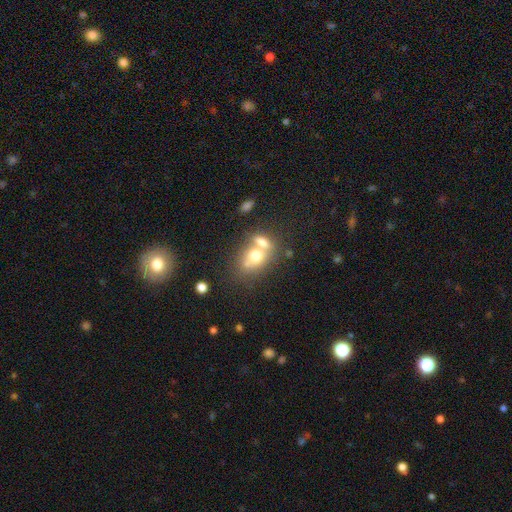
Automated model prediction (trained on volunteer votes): smooth-or-featured: smooth: 68% | featured or disk: 22% | star or artifact: 10%
  how-rounded: in between: 61% | round: 37% | cigar-shaped: 2%
  merging: merger: 58% | none: 29% | minor disturbance: 9% | major disturbance: 5%